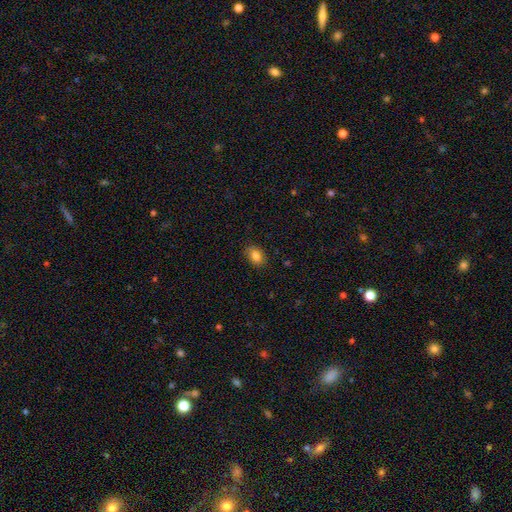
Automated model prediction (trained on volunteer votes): smooth 85%, star or artifact 9%, featured or disk 6%. Down the decision tree: how rounded — in between (80%); merging — none (85%).